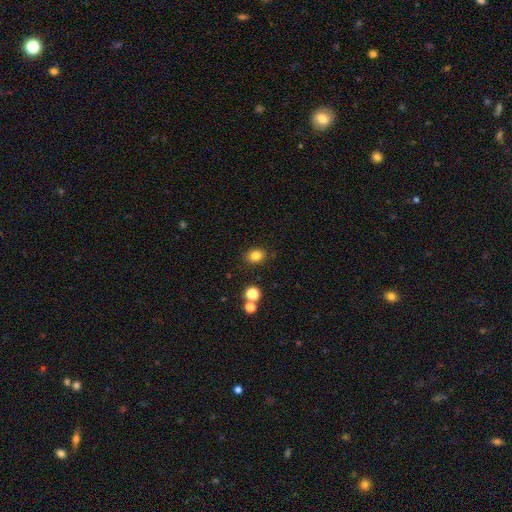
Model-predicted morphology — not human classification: smooth-or-featured: smooth: 82% | star or artifact: 12% | featured or disk: 6%
  how-rounded: in between: 53% | round: 46% | cigar-shaped: 1%
  merging: none: 85% | minor disturbance: 9% | merger: 3% | major disturbance: 3%